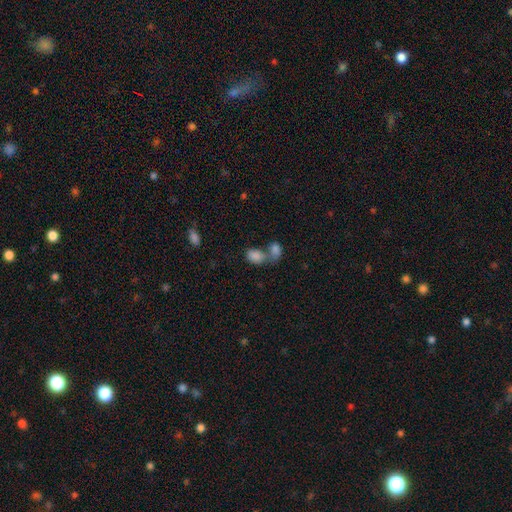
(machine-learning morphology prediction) A smooth galaxy with no disk features (84%) that is in between round and cigar-shaped (83%).

Vote fractions:
- Smooth or featured? smooth: 84% / star or artifact: 9% / featured or disk: 8%
- How rounded? in between: 83% / round: 15% / cigar-shaped: 2%
- Merging? merger: 60% / none: 27% / minor disturbance: 8% / major disturbance: 5%